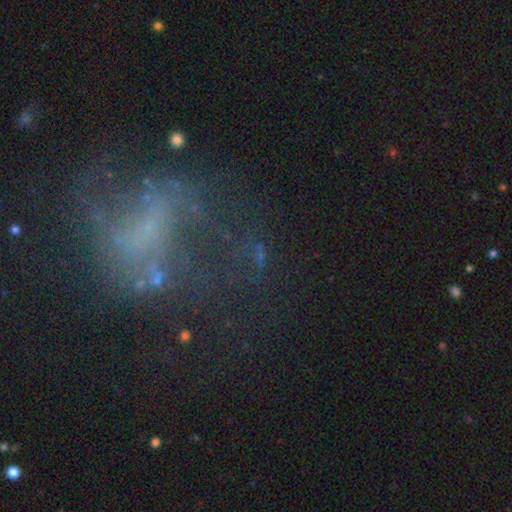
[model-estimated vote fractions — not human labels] A featured or disk galaxy (41%).

Vote fractions:
- Smooth or featured? featured or disk: 41% / star or artifact: 35% / smooth: 24%
- Merging? none: 51% / major disturbance: 26% / minor disturbance: 17% / merger: 6%